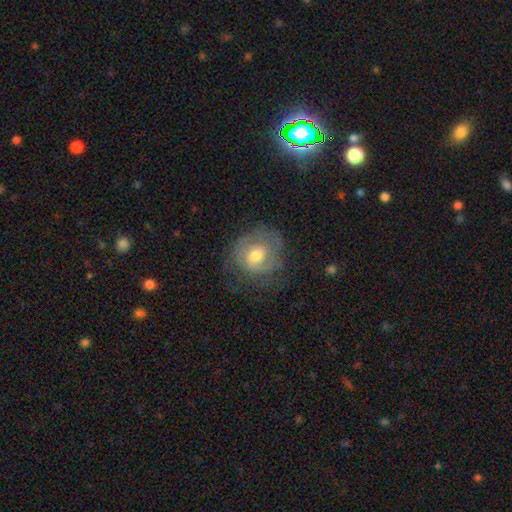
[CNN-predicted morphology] A featured or disk galaxy (64%) with no bar (59%), spiral arms (77%) and a moderate central bulge (70%).

Vote fractions:
- Smooth or featured? featured or disk: 64% / smooth: 29% / star or artifact: 7%
- Edge-on disk? no: 97% / yes: 3%
- Bar? no: 59% / weak: 35% / strong: 6%
- Spiral arms? yes: 77% / no: 23%
- Bulge size? moderate: 70% / small: 19% / large: 8% / none: 1% / dominant: 1%
- Merging? none: 62% / minor disturbance: 22% / major disturbance: 15% / merger: 1%